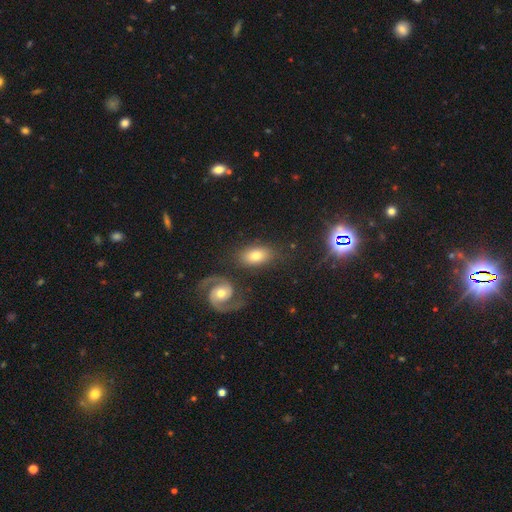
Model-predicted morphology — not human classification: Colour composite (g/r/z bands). It shows a smooth galaxy with no disk features (60%) that is in between round and cigar-shaped (87%). Merging: none (75%).